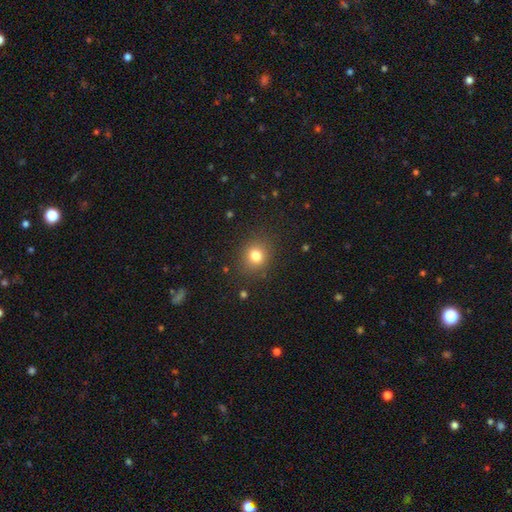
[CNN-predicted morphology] Overall: smooth (79%). How rounded: round (82%). Merging: none (87%).